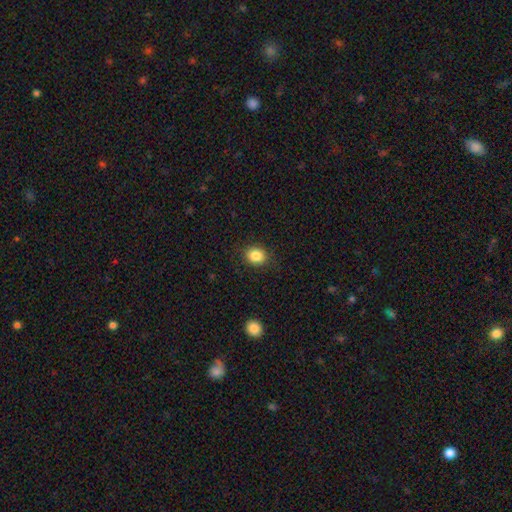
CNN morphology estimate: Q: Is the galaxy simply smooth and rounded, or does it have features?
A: smooth — 85%.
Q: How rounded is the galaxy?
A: round — 59%.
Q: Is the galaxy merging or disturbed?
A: none — 88%.